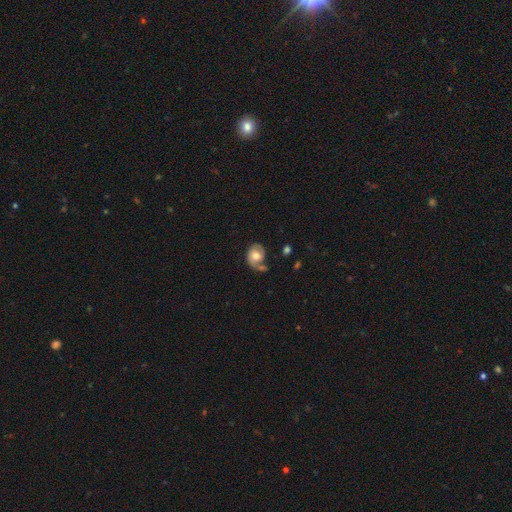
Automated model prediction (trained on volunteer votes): smooth_or_featured: smooth (p=0.47) [alt: featured or disk p=0.45]
merging: none (p=0.41) [alt: minor disturbance p=0.23]